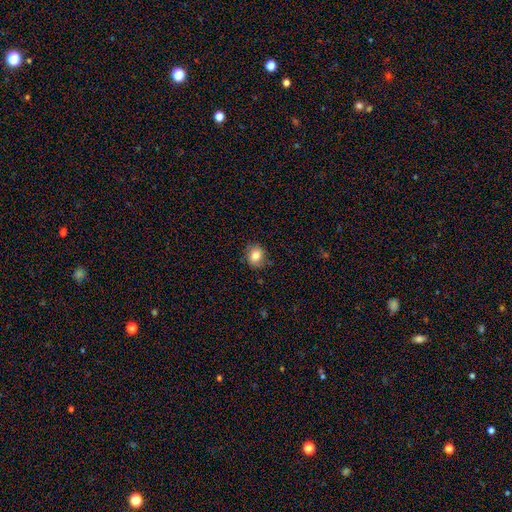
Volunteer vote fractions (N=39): smooth-or-featured: smooth: 87% | featured or disk: 8% | star or artifact: 5%
  how-rounded: round: 76% | in between: 24% | cigar-shaped: 0%
  merging: none: 70% | minor disturbance: 24% | major disturbance: 5% | merger: 0%